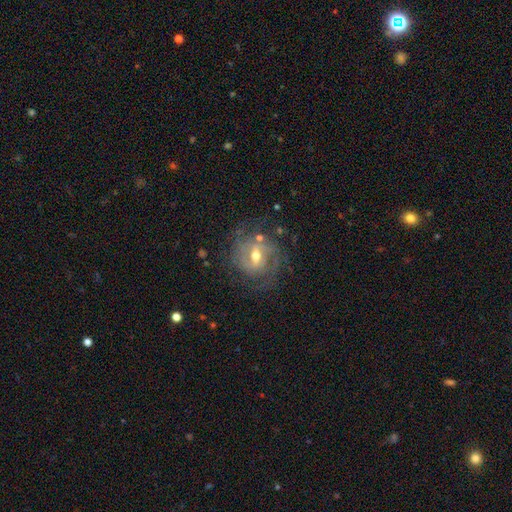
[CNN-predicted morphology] smooth-or-featured: featured or disk: 82% | smooth: 10% | star or artifact: 8%
  disk-edge-on: no: 96% | yes: 4%
    bar: weak: 50% | strong: 28% | no: 22%
    has-spiral-arms: yes: 89% | no: 11%
      spiral-winding: tight: 54% | medium: 35% | loose: 12%
      spiral-arm-count: can't tell: 34% | 2: 33% | 3: 17% | 4: 7% | 1: 5% | more than 4: 4%
    bulge-size: moderate: 66% | small: 28% | large: 4% | none: 1% | dominant: 1%
  merging: none: 71% | minor disturbance: 16% | major disturbance: 10% | merger: 2%